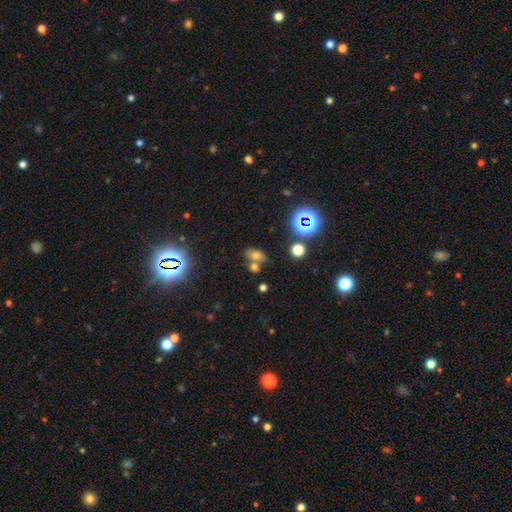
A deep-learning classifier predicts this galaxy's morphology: smooth_or_featured: smooth (p=0.60) [alt: star or artifact p=0.25]
how_rounded: in between (p=0.79) [alt: round p=0.17]
merging: none (p=0.53) [alt: merger p=0.31]